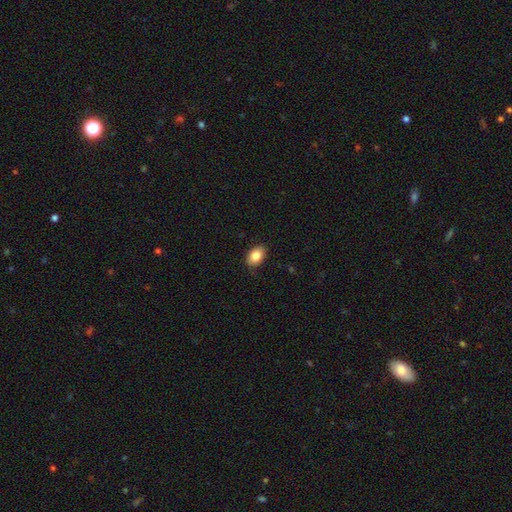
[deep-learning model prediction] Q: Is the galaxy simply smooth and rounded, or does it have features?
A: smooth — 84%.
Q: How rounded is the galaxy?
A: in between — 86%.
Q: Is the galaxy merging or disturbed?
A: none — 85%.